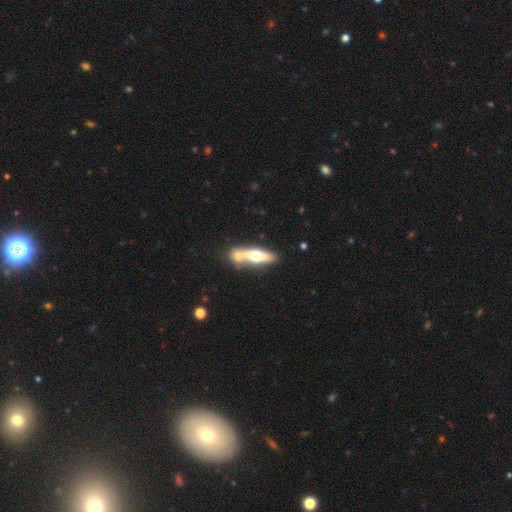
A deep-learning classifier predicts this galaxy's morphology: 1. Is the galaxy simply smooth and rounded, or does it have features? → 50% featured or disk, 44% smooth, 6% star or artifact.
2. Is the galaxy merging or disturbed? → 48% none, 35% merger, 12% minor disturbance, 5% major disturbance.